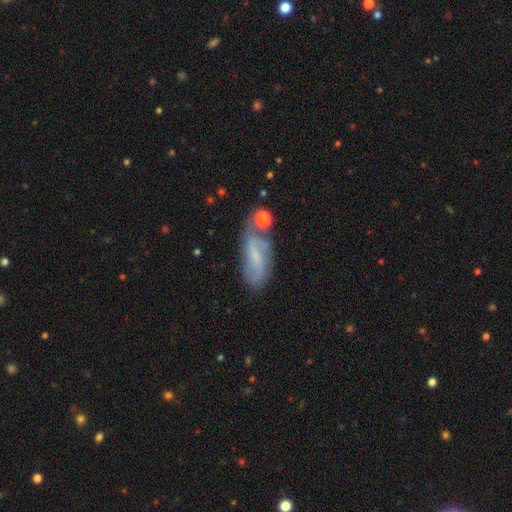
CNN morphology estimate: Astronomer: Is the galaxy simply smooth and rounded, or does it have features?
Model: featured or disk — 61%.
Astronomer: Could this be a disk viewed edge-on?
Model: no — 90%.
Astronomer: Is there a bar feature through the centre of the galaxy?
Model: weak — 49% (runner-up: no, 34%).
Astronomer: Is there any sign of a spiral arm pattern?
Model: yes — 88%.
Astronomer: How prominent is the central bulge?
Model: small — 57%.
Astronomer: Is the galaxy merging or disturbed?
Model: none — 58%.